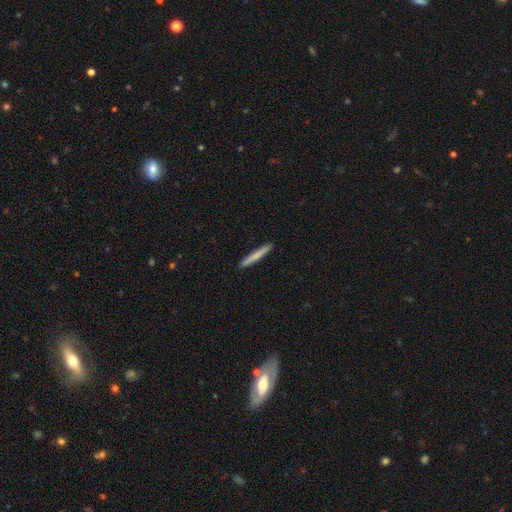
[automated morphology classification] Smooth or featured? Predicted: smooth (p=0.74). How rounded? Predicted: cigar-shaped (p=0.96). Merging? Predicted: none (p=0.93).